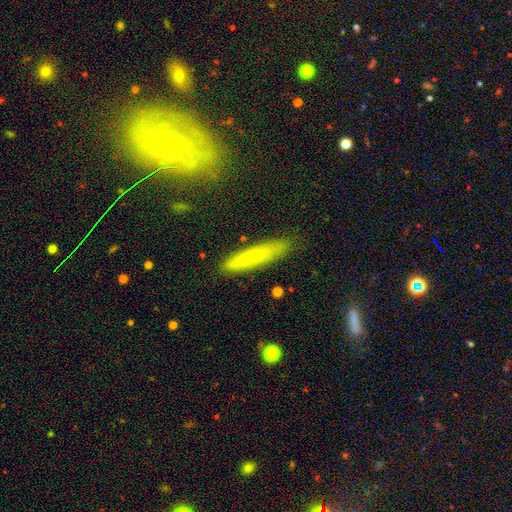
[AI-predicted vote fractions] smooth 59%, featured or disk 32%, star or artifact 8%. Down the decision tree: how rounded — cigar-shaped (89%); merging — none (86%).